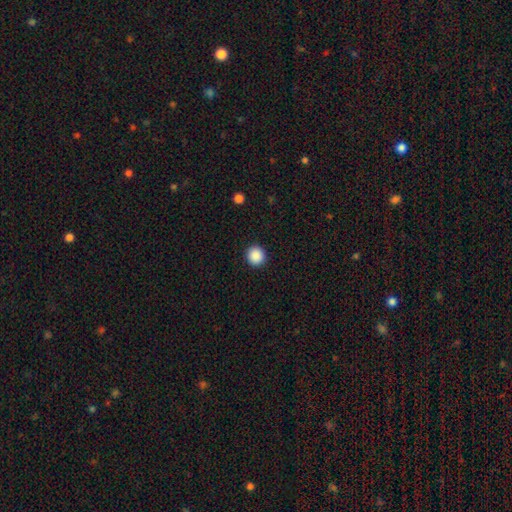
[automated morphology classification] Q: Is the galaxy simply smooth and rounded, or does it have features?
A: smooth — 89%.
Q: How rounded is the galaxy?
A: round — 94%.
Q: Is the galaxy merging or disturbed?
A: none — 93%.